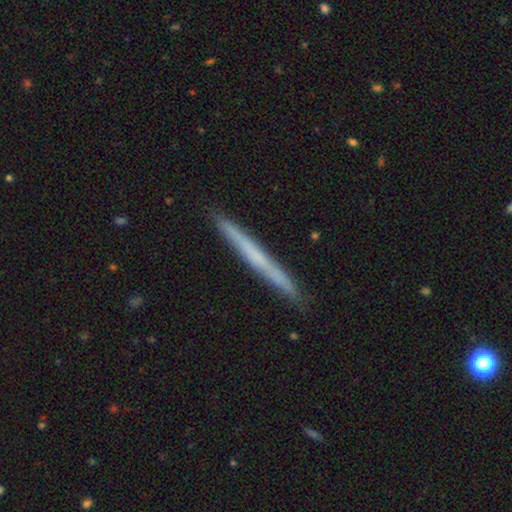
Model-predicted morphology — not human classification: Q: Smooth or featured?
A: smooth (47%); tied with: featured or disk (47%)
Q: Merging?
A: none (91%); runner-up: minor disturbance (6%)